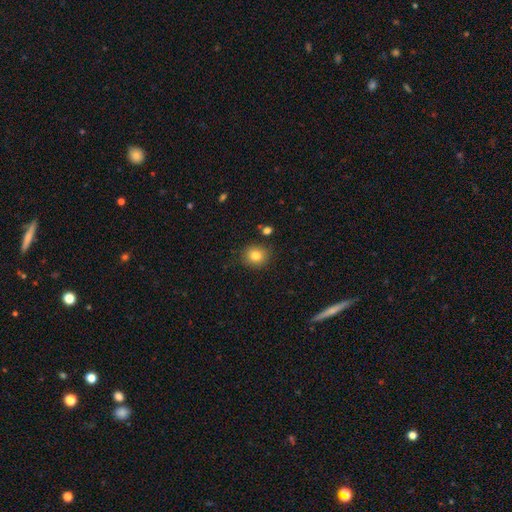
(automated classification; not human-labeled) Smooth or featured?
  - smooth: 81% *
  - star or artifact: 11%
  - featured or disk: 8%
How rounded?
  - round: 78% *
  - in between: 21%
  - cigar-shaped: 1%
Merging?
  - none: 86% *
  - minor disturbance: 9%
  - major disturbance: 2%
  - merger: 2%